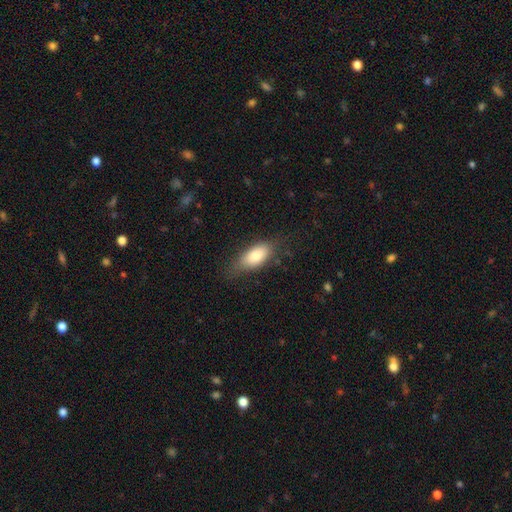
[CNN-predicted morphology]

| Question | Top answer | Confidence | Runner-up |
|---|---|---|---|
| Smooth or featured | smooth | 78% | featured or disk (15%) |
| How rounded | in between | 85% | cigar-shaped (12%) |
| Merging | none | 69% | minor disturbance (23%) |